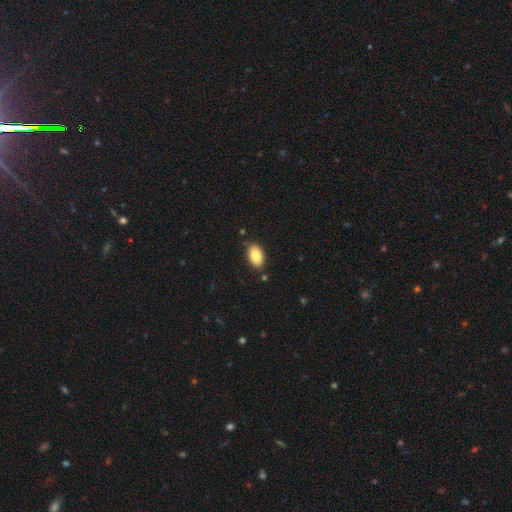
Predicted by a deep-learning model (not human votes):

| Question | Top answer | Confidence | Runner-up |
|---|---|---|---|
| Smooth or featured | smooth | 87% | star or artifact (7%) |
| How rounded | in between | 94% | round (4%) |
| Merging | none | 85% | minor disturbance (10%) |